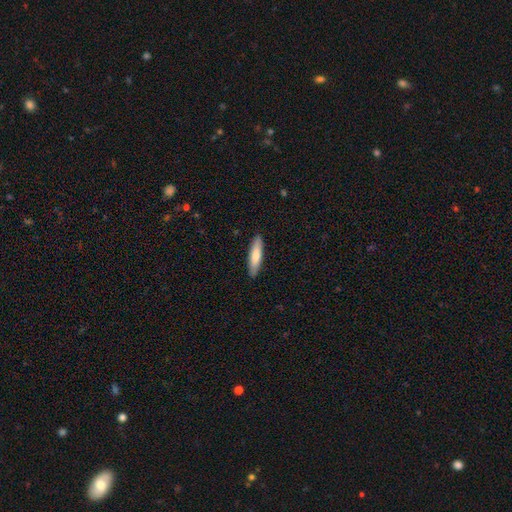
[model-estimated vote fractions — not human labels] This appears to be a smooth galaxy with no disk features (76%) that is cigar-shaped (74%). Merging: none (90%).